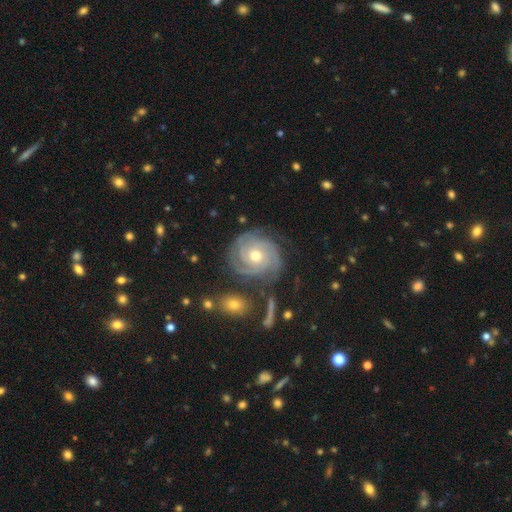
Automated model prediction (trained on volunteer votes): smooth-or-featured: featured or disk: 88% | smooth: 6% | star or artifact: 5%
  disk-edge-on: no: 98% | yes: 2%
    bar: no: 75% | weak: 20% | strong: 5%
    has-spiral-arms: yes: 97% | no: 3%
      spiral-winding: tight: 80% | medium: 17% | loose: 3%
      spiral-arm-count: 3: 39% | 4: 17% | can't tell: 16% | 2: 16% | more than 4: 6% | 1: 6%
    bulge-size: moderate: 67% | small: 29% | large: 2% | none: 1% | dominant: 1%
  merging: none: 78% | minor disturbance: 14% | major disturbance: 5% | merger: 3%